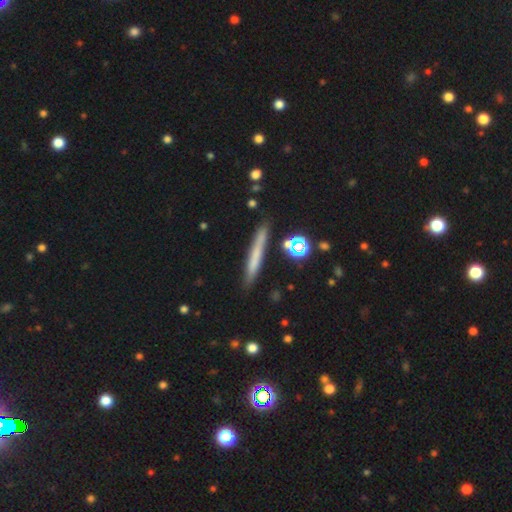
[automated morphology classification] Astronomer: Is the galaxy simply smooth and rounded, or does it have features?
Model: smooth — 60%.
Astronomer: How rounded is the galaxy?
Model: cigar-shaped — 94%.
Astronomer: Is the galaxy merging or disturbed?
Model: none — 84%.